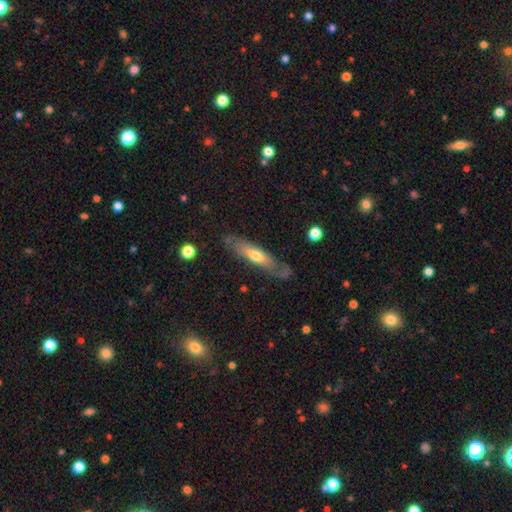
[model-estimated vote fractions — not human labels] smooth_or_featured: featured or disk (p=0.50) [alt: smooth p=0.44]
disk_edge_on: yes (p=0.56) [alt: no p=0.44]
merging: none (p=0.70) [alt: minor disturbance p=0.19]